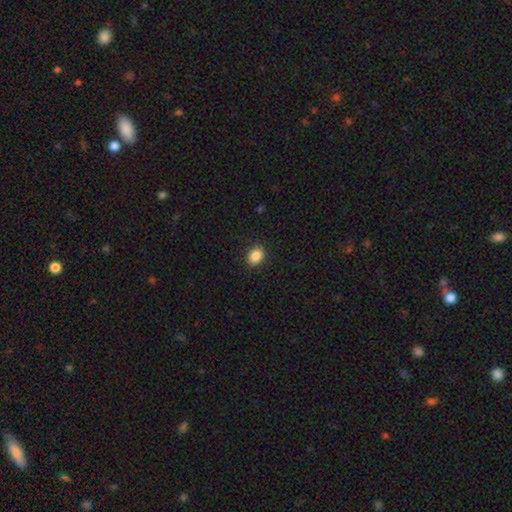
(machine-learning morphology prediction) smooth 88%, star or artifact 9%, featured or disk 3%. Down the decision tree: how rounded — in between (64%); merging — none (89%).